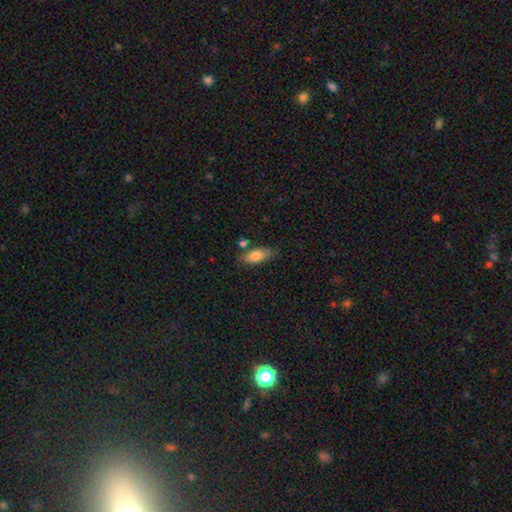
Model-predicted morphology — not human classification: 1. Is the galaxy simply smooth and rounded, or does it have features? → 80% smooth, 13% featured or disk, 7% star or artifact.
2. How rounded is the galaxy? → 84% in between, 13% cigar-shaped, 3% round.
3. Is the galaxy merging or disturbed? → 66% none, 20% minor disturbance, 8% merger, 5% major disturbance.